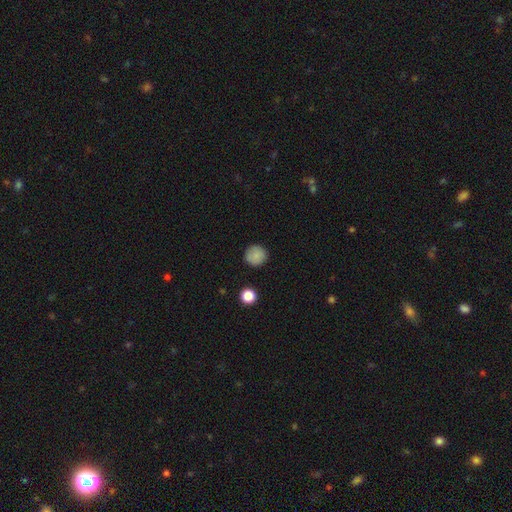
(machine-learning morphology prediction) type=smooth (85%); roundness=round (94%); merging=none (89%).